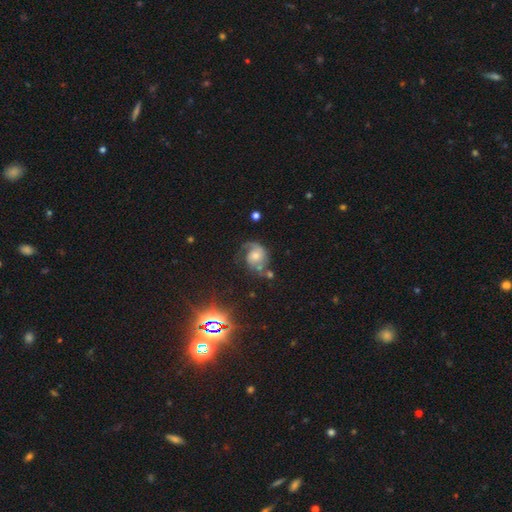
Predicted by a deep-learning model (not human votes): Q: Smooth or featured?
A: featured or disk (70%); runner-up: smooth (19%)
Q: Edge-on disk?
A: no (97%); runner-up: yes (3%)
Q: Bar?
A: no (72%); runner-up: weak (23%)
Q: Spiral arms?
A: yes (92%); runner-up: no (8%)
Q: Spiral winding?
A: medium (42%); runner-up: loose (30%)
Q: Spiral arm count?
A: 2 (48%); runner-up: 1 (41%)
Q: Bulge size?
A: moderate (51%); runner-up: small (39%)
Q: Merging?
A: none (49%); runner-up: minor disturbance (23%)